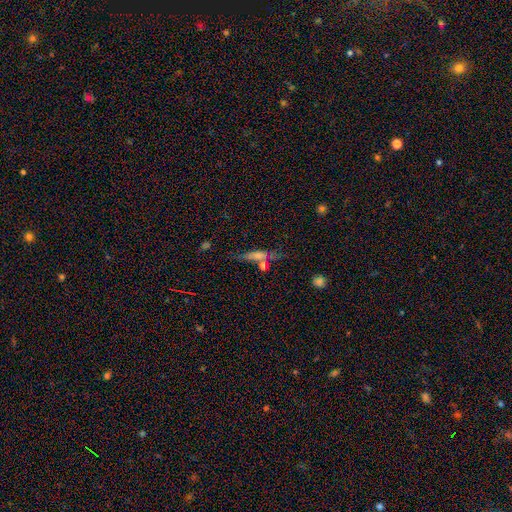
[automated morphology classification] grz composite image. It shows a smooth galaxy with no disk features (49%). Merging: none (67%).